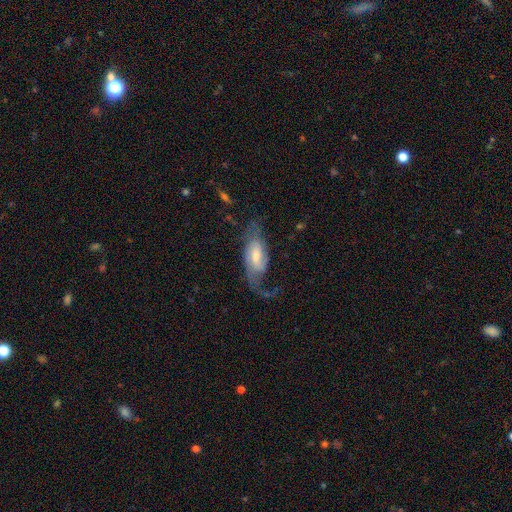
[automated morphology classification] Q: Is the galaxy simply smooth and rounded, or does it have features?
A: featured or disk — 72%.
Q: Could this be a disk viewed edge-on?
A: no — 90%.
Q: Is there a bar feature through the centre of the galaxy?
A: weak — 47%.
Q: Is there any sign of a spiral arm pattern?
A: yes — 90%.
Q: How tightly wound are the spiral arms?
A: loose — 43%.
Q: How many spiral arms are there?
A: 2 — 55%.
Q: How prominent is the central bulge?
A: moderate — 48%.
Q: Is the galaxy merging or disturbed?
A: none — 43%.